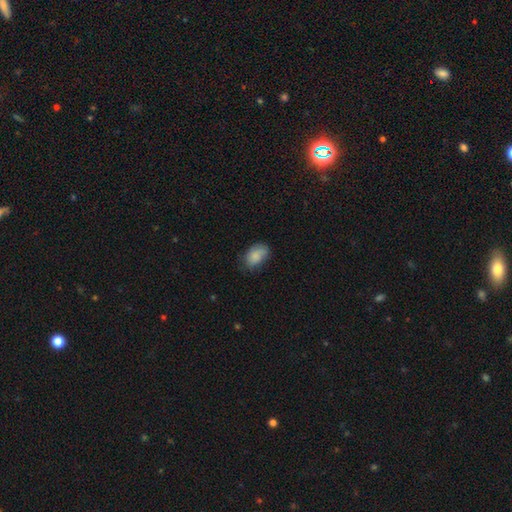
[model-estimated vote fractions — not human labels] A smooth galaxy with no disk features (85%) that is in between round and cigar-shaped (88%).

Vote fractions:
- Smooth or featured? smooth: 85% / featured or disk: 8% / star or artifact: 7%
- How rounded? in between: 88% / round: 11% / cigar-shaped: 1%
- Merging? none: 63% / minor disturbance: 28% / major disturbance: 7% / merger: 2%